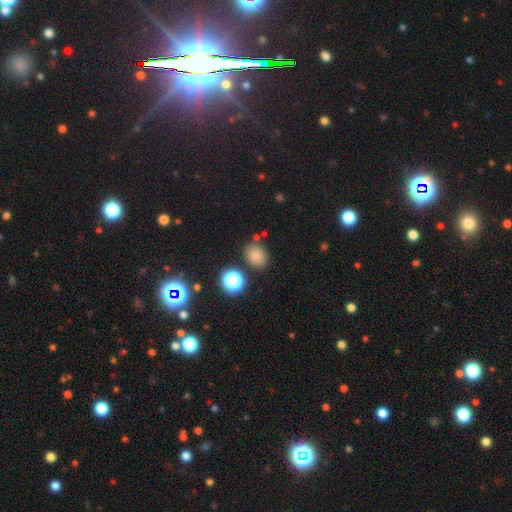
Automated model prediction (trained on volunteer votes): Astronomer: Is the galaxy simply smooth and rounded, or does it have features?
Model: smooth — 65%.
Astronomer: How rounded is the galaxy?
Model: round — 61% (runner-up: in between, 38%).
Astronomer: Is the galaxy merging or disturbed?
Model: none — 82%.